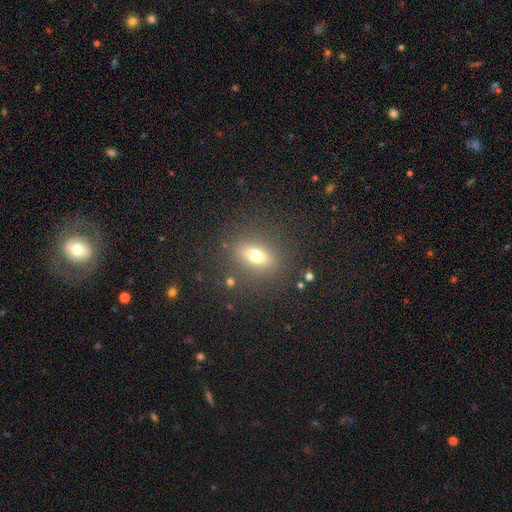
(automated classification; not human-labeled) smooth-or-featured: smooth: 64% | featured or disk: 22% | star or artifact: 14%
  how-rounded: in between: 60% | round: 31% | cigar-shaped: 9%
  merging: none: 84% | minor disturbance: 9% | major disturbance: 5% | merger: 2%